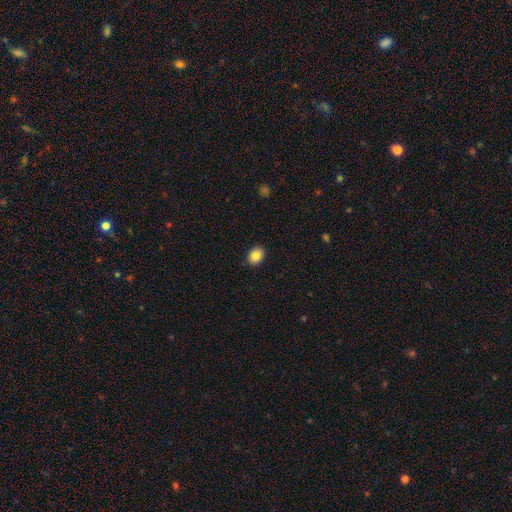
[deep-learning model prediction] Morphology: type=smooth (85%); roundness=in between (54%); merging=none (89%).